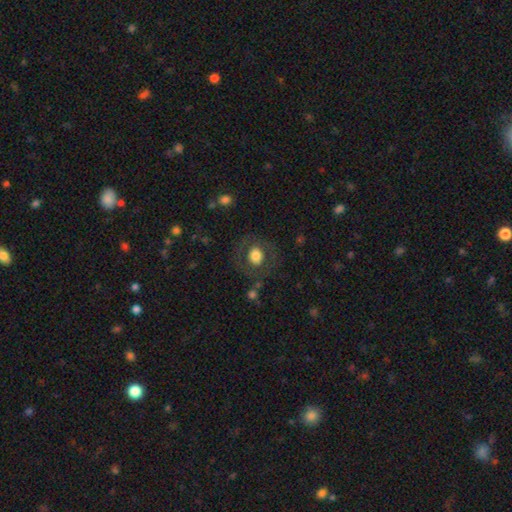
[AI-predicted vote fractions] A smooth galaxy with no disk features (64%) that is round (78%). Merging: none (79%).